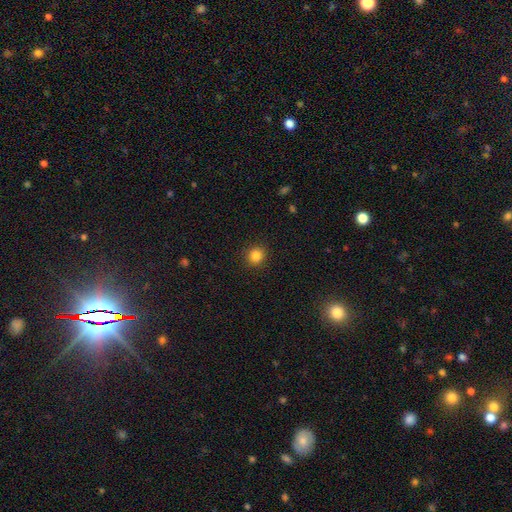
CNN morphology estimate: Overall: smooth (85%). How rounded: round (89%). Merging: none (91%).